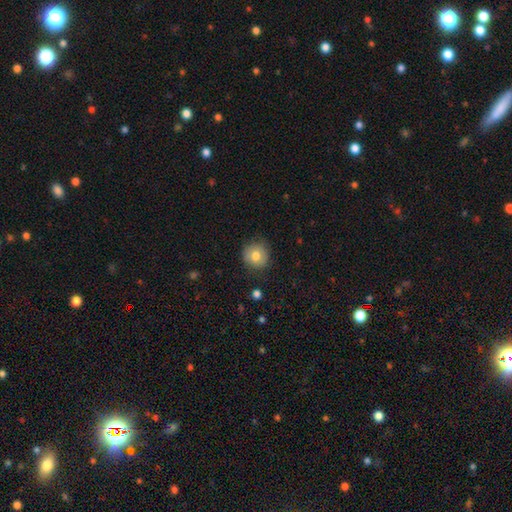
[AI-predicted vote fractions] Smooth or featured: smooth — 76% (featured or disk — 15%)
How rounded: round — 90% (in between — 9%)
Merging: none — 83% (minor disturbance — 13%)